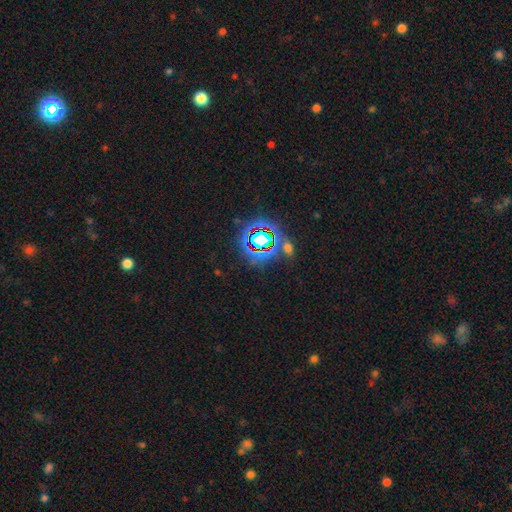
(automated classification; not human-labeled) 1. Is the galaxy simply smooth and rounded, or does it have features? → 65% star or artifact, 20% smooth, 15% featured or disk.